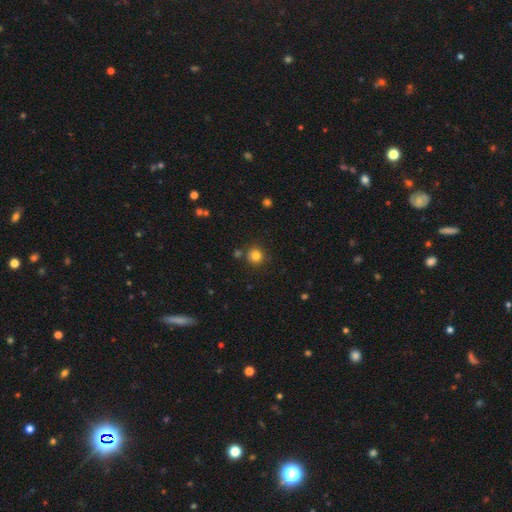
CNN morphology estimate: type=smooth (81%); roundness=round (93%); merging=none (84%).